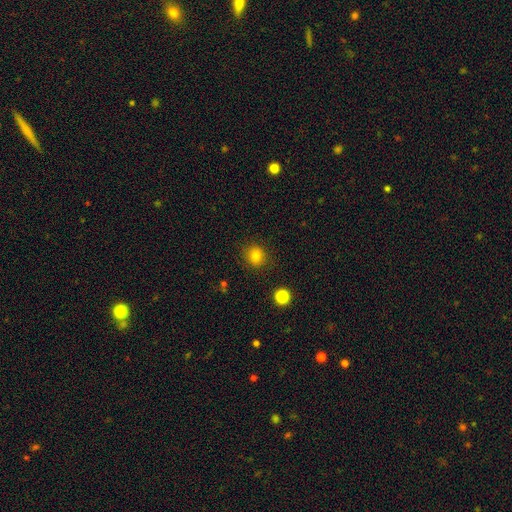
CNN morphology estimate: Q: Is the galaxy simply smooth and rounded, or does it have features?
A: smooth — 81%.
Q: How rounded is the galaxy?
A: round — 83%.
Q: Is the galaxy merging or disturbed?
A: none — 86%.